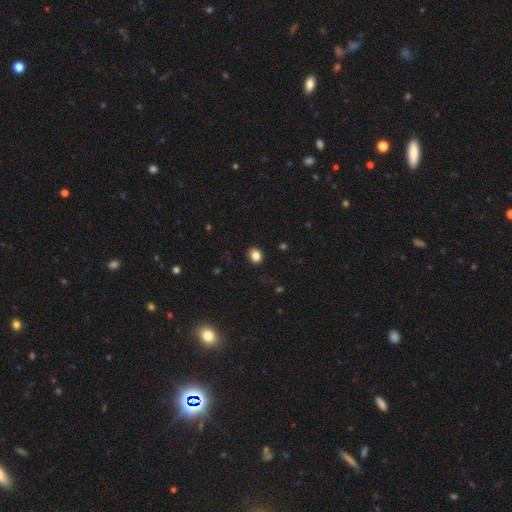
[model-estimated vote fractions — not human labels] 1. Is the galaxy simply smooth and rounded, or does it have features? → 84% smooth, 11% star or artifact, 5% featured or disk.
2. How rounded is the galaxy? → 57% round, 42% in between, 1% cigar-shaped.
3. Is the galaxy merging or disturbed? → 87% none, 9% minor disturbance, 2% major disturbance, 1% merger.